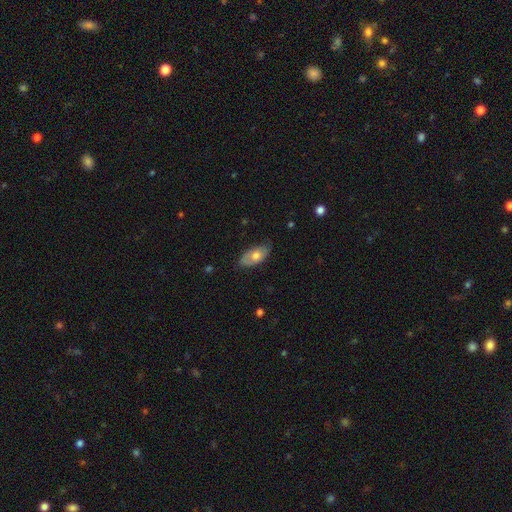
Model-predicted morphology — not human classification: This is likely a smooth galaxy (64%). How rounded: clearly in between (92%). Merging: likely none (73%).